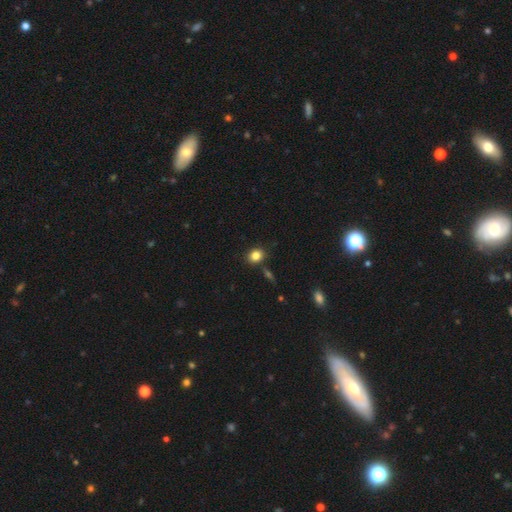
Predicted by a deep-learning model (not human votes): The model was most divided on "how rounded": round: 64%, in between: 35%, cigar-shaped: 1%. More confident: smooth or featured — smooth (84%); merging — none (81%).